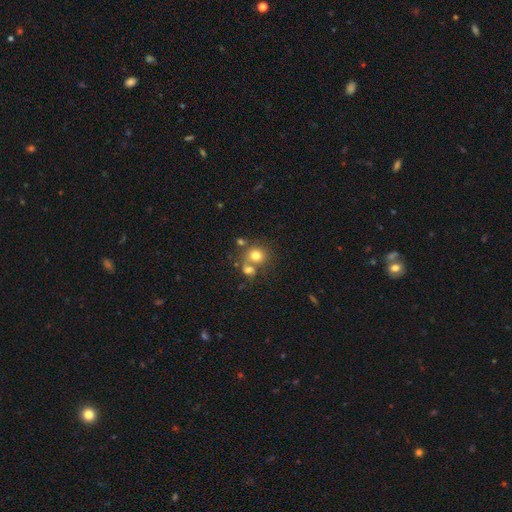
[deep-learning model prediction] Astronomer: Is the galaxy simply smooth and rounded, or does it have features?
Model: smooth — 75%.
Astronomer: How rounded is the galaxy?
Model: round — 79%.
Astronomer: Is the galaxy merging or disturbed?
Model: none — 46% (runner-up: merger, 41%).